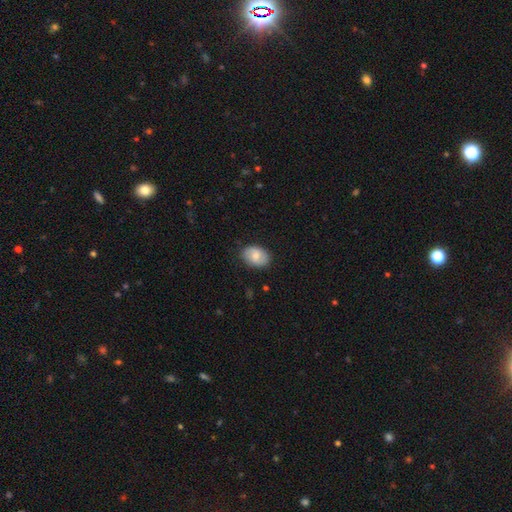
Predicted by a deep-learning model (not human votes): This appears to be a smooth galaxy with no disk features (74%) that is in between round and cigar-shaped (82%). Merging: none (84%).